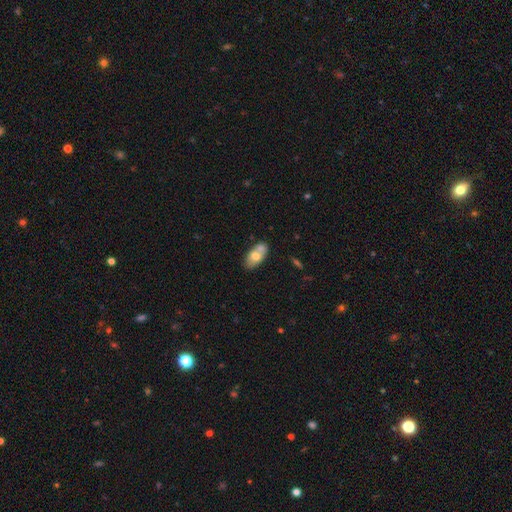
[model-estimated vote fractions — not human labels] Morphology: type=smooth (65%); roundness=in between (90%); merging=none (49%).